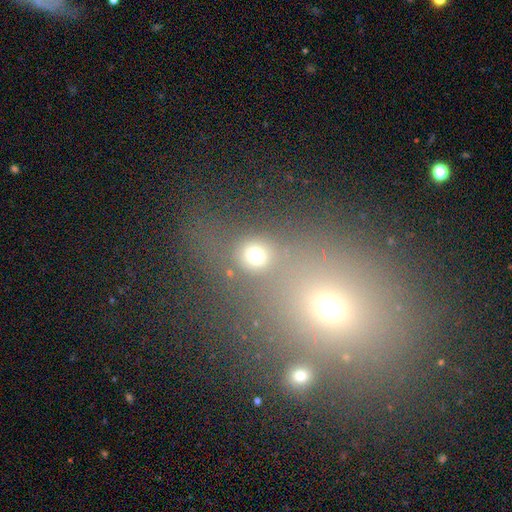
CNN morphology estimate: Smooth or featured? smooth (69%)
How rounded? round (74%)
Merging? none (59%)